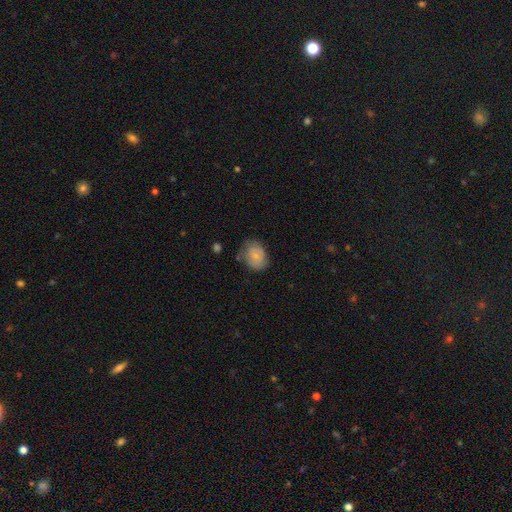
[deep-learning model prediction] Overall: smooth (72%). How rounded: in between (59%; round 40%). Merging: none (62%; minor disturbance 27%).